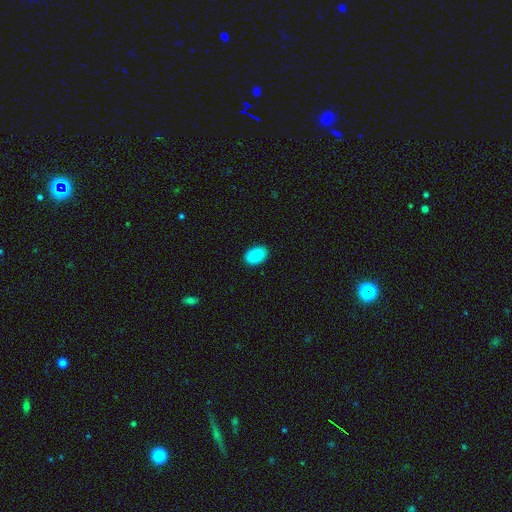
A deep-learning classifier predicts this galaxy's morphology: Smooth or featured?
  - smooth: 89% *
  - star or artifact: 7%
  - featured or disk: 4%
How rounded?
  - in between: 90% *
  - round: 9%
  - cigar-shaped: 1%
Merging?
  - none: 88% *
  - minor disturbance: 9%
  - major disturbance: 2%
  - merger: 1%